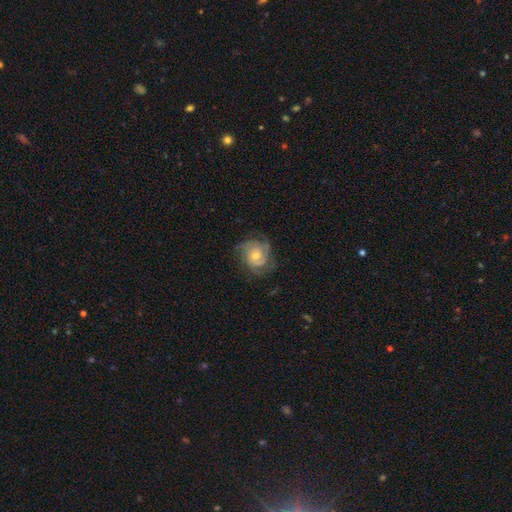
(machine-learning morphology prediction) smooth_or_featured: featured or disk (p=0.79) [alt: smooth p=0.15]
disk_edge_on: no (p=0.98) [alt: yes p=0.02]
bar: no (p=0.75) [alt: weak p=0.22]
has_spiral_arms: yes (p=0.94) [alt: no p=0.06]
spiral_winding: tight (p=0.52) [alt: medium p=0.37]
spiral_arm_count: 3 (p=0.38) [alt: 2 p=0.24]
bulge_size: moderate (p=0.57) [alt: small p=0.37]
merging: none (p=0.66) [alt: minor disturbance p=0.21]